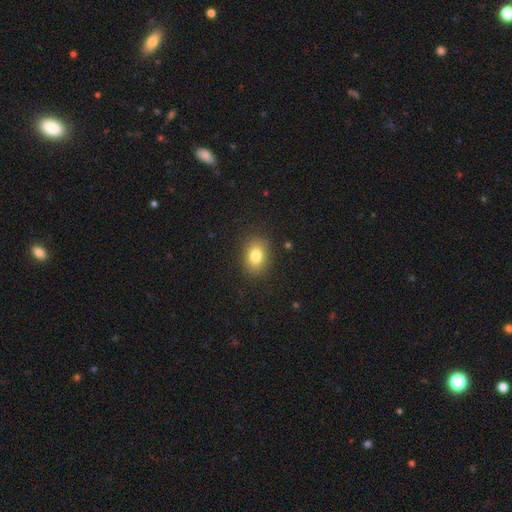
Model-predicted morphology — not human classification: smooth_or_featured: smooth (p=0.82) [alt: star or artifact p=0.10]
how_rounded: in between (p=0.70) [alt: round p=0.29]
merging: none (p=0.86) [alt: minor disturbance p=0.10]